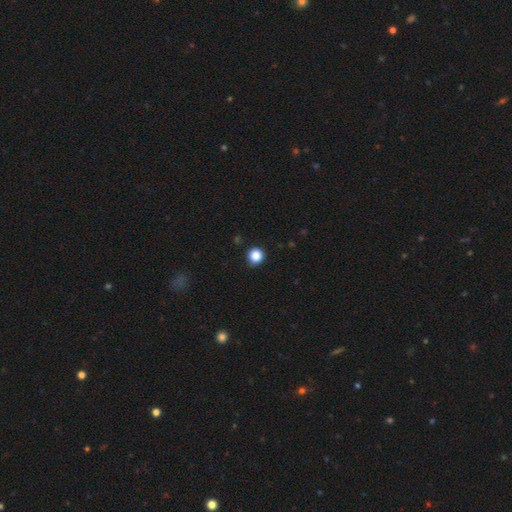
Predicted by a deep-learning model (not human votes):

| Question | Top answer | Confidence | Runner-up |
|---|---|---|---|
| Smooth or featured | smooth | 86% | star or artifact (11%) |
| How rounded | round | 95% | in between (4%) |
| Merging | none | 91% | minor disturbance (6%) |